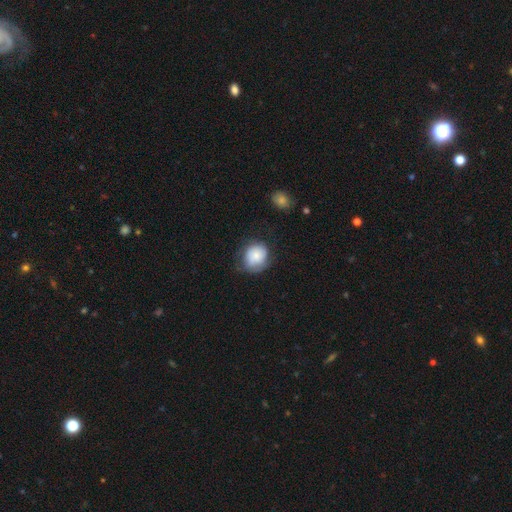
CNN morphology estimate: Smooth or featured?
  - smooth: 73% *
  - featured or disk: 19%
  - star or artifact: 8%
How rounded?
  - round: 72% *
  - in between: 27%
  - cigar-shaped: 1%
Merging?
  - none: 56% *
  - minor disturbance: 29%
  - major disturbance: 13%
  - merger: 2%